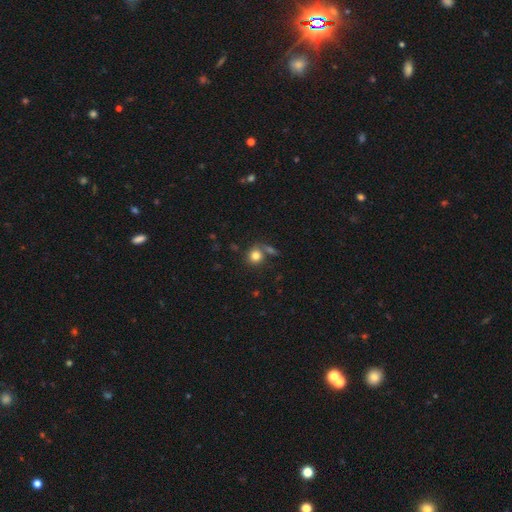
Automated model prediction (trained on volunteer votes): This is clearly a smooth galaxy (81%). How rounded: clearly round (83%). Merging: likely none (64%).